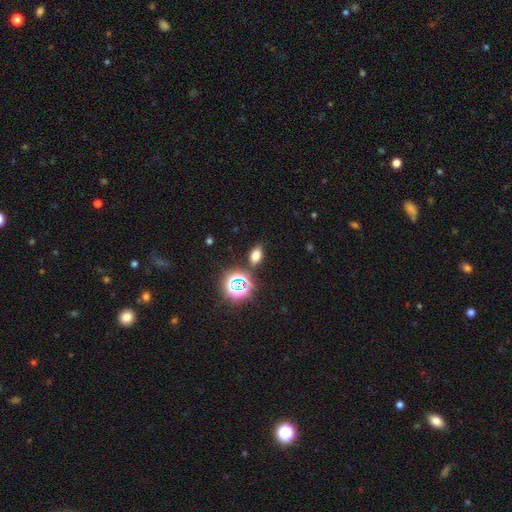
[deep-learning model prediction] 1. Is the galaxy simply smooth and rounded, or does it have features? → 67% smooth, 25% star or artifact, 8% featured or disk.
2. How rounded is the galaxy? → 82% in between, 14% round, 4% cigar-shaped.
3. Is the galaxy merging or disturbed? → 85% none, 9% minor disturbance, 4% merger, 3% major disturbance.